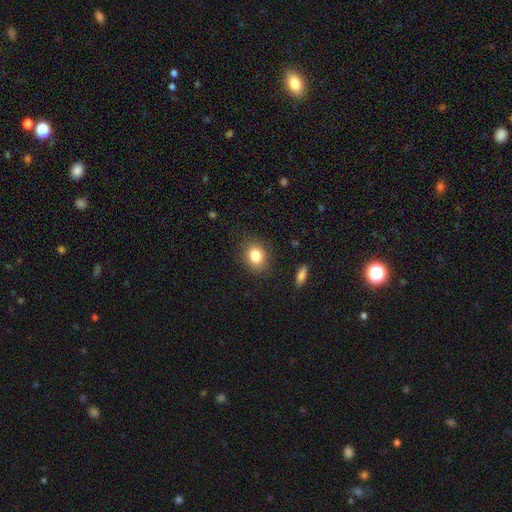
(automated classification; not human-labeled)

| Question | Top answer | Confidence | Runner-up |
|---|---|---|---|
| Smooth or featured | smooth | 82% | star or artifact (10%) |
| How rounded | in between | 53% | round (46%) |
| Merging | none | 86% | minor disturbance (10%) |